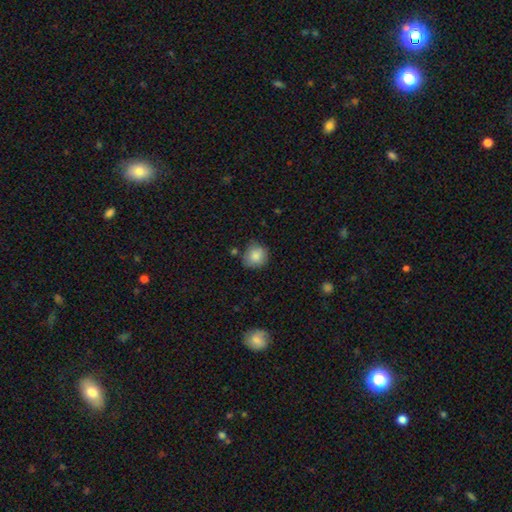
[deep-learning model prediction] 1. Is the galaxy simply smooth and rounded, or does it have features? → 84% smooth, 8% featured or disk, 8% star or artifact.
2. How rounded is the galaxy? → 85% round, 14% in between, 1% cigar-shaped.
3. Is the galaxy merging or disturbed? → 73% none, 19% minor disturbance, 4% merger, 4% major disturbance.